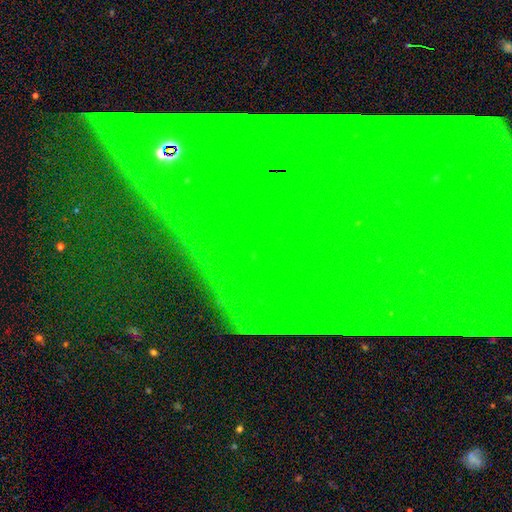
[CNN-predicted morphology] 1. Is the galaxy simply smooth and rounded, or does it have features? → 85% star or artifact, 8% featured or disk, 7% smooth.